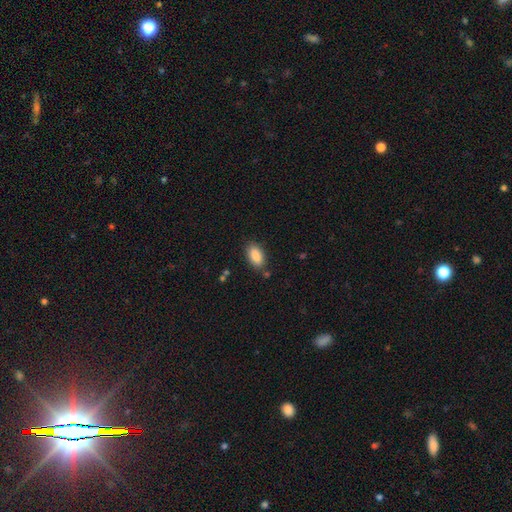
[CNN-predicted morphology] type=smooth (89%); roundness=in between (93%); merging=none (83%).